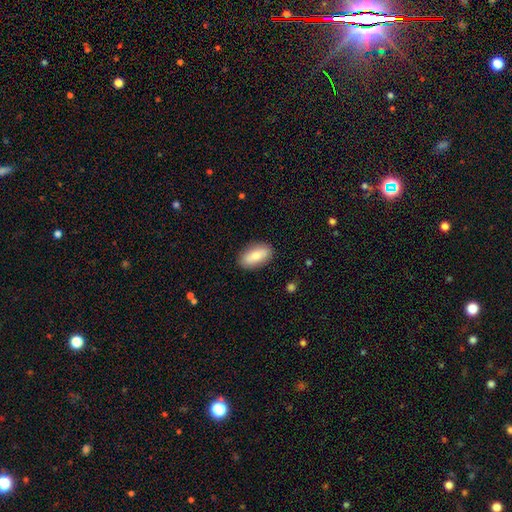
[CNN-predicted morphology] smooth_or_featured: smooth (p=0.79) [alt: featured or disk p=0.15]
how_rounded: in between (p=0.88) [alt: cigar-shaped p=0.09]
merging: none (p=0.87) [alt: minor disturbance p=0.10]